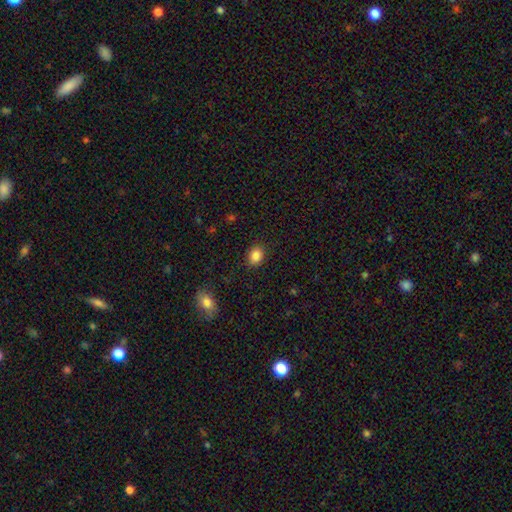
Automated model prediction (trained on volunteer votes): A smooth galaxy with no disk features (86%) that is in between round and cigar-shaped (54%).

Vote fractions:
- Smooth or featured? smooth: 86% / star or artifact: 10% / featured or disk: 4%
- How rounded? in between: 54% / round: 45% / cigar-shaped: 1%
- Merging? none: 88% / minor disturbance: 9% / major disturbance: 2% / merger: 1%